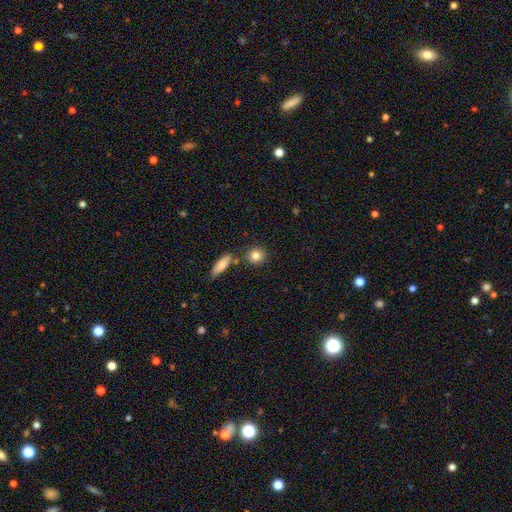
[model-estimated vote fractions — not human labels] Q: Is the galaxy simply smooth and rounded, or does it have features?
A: smooth — 83%.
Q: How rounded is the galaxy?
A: round — 82%.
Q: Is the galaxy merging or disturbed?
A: none — 79%.